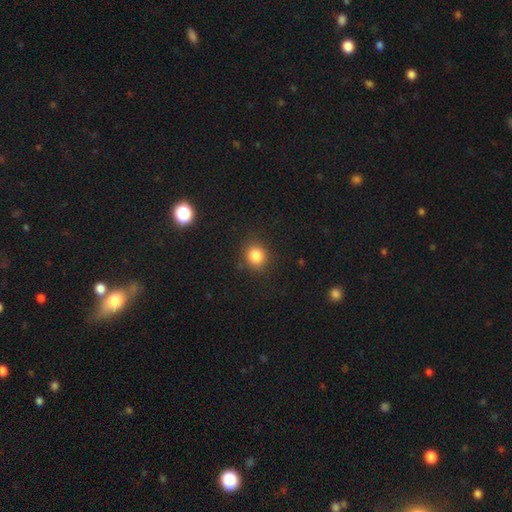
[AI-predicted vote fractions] Morphology: type=smooth (84%); roundness=round (81%); merging=none (86%).